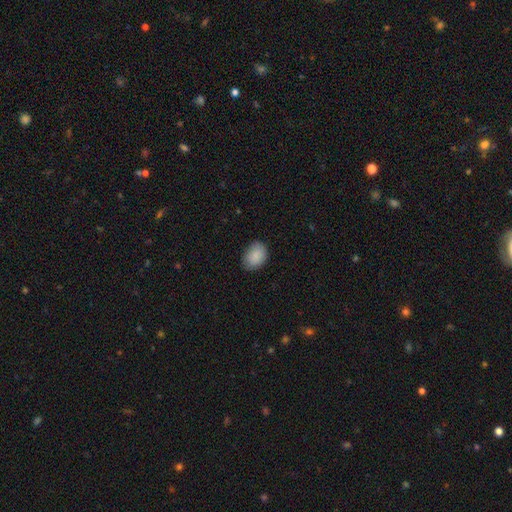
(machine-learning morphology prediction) A smooth galaxy with no disk features (89%) that is in between round and cigar-shaped (77%). Merging: none (79%).